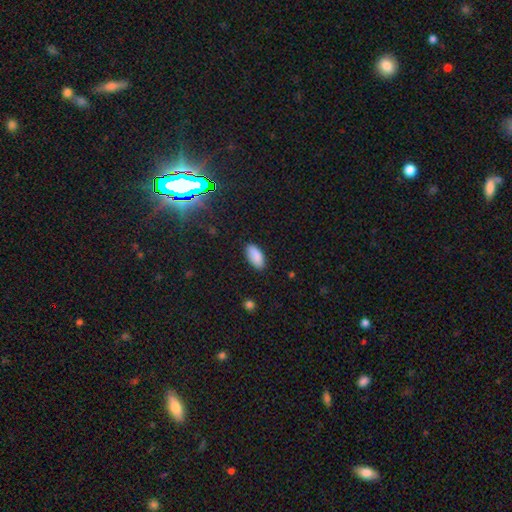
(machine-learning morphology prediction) Smooth or featured? Predicted: smooth (p=0.88). How rounded? Predicted: in between (p=0.91). Merging? Predicted: none (p=0.86).